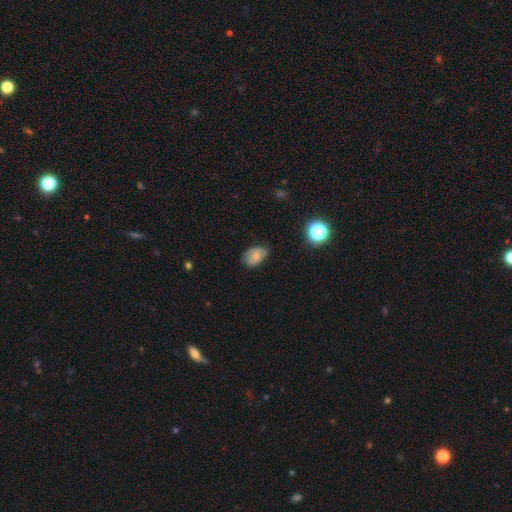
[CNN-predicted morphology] This is likely a smooth galaxy (73%). How rounded: clearly in between (81%). Merging: likely none (63%).